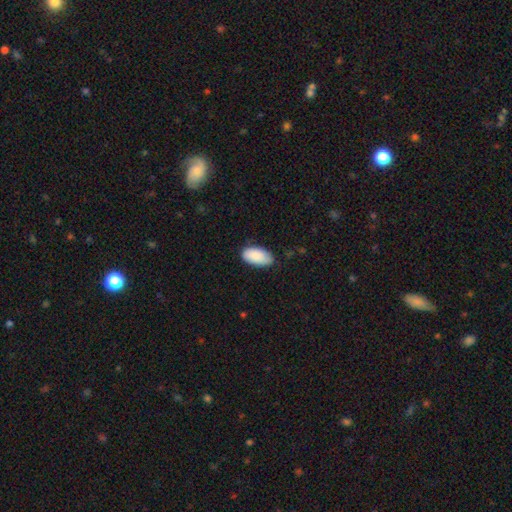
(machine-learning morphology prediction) A smooth galaxy with no disk features (89%) that is in between round and cigar-shaped (96%). Merging: none (78%).